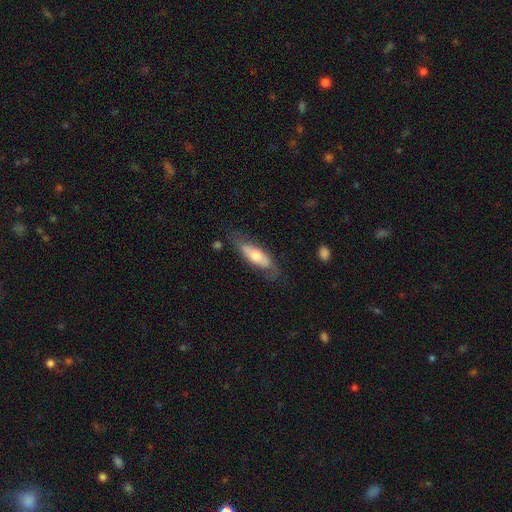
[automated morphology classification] This is possibly a smooth galaxy (56%). How rounded: possibly in between (56%). Merging: likely none (64%).